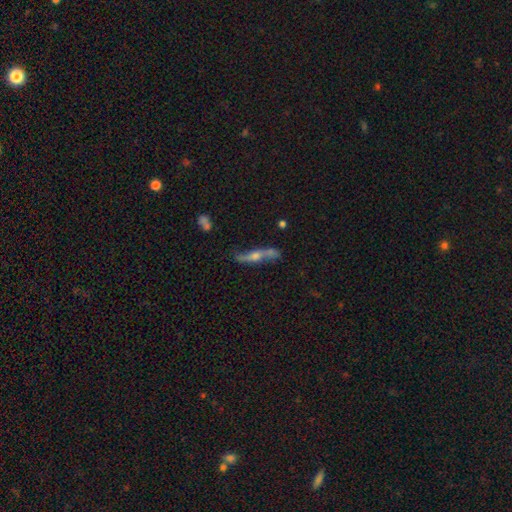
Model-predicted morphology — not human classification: This appears to be a featured or disk galaxy (65%) viewed edge-on (71%). Merging: none (64%).